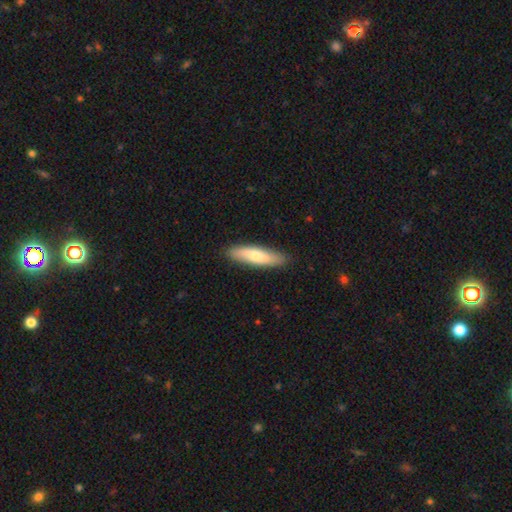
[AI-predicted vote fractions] The model was most divided on "smooth or featured": smooth: 68%, featured or disk: 27%, star or artifact: 5%. More confident: merging — none (88%); how rounded — cigar-shaped (72%).